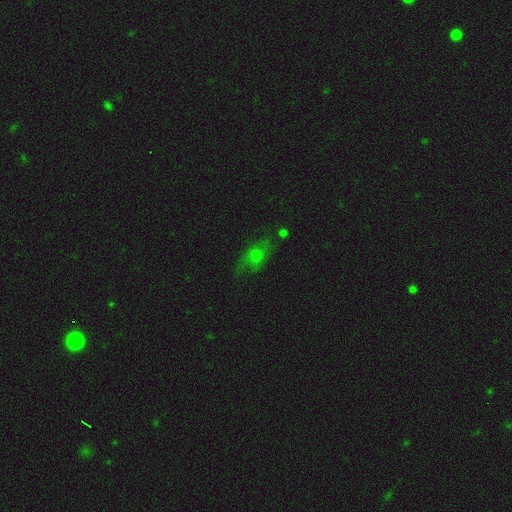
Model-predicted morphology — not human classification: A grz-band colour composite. It shows a smooth galaxy with no disk features (53%) that is in between round and cigar-shaped (72%). Merging: none (63%).